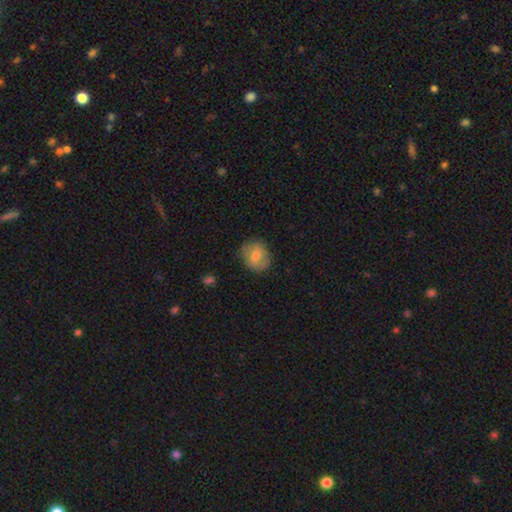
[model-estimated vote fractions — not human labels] smooth_or_featured: smooth (p=0.65) [alt: featured or disk p=0.27]
how_rounded: round (p=0.66) [alt: in between p=0.33]
merging: none (p=0.81) [alt: minor disturbance p=0.14]